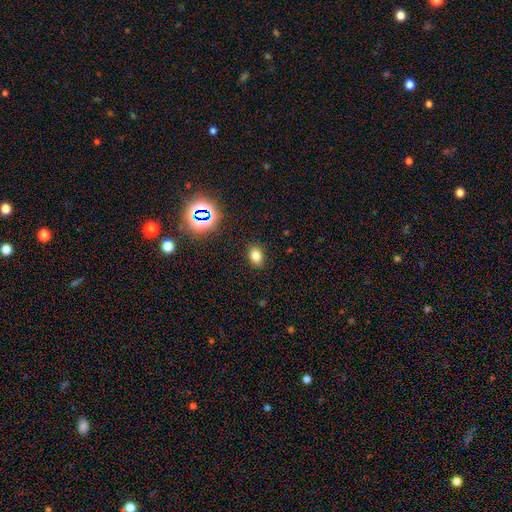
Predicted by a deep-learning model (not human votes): Smooth or featured?
  - smooth: 75% *
  - star or artifact: 17%
  - featured or disk: 8%
How rounded?
  - in between: 71% *
  - round: 28%
  - cigar-shaped: 1%
Merging?
  - none: 87% *
  - minor disturbance: 9%
  - major disturbance: 3%
  - merger: 1%